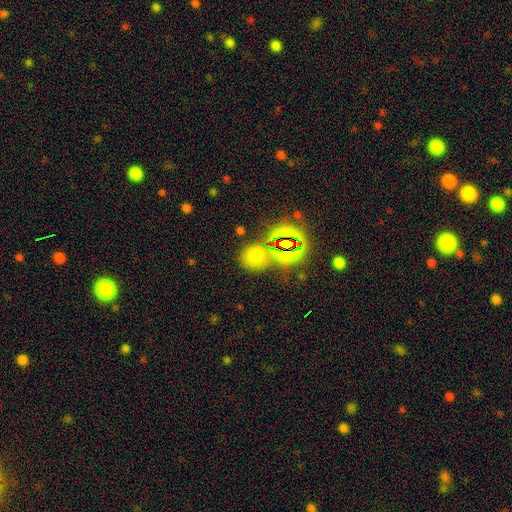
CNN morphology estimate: Smooth or featured? Predicted: smooth (p=0.58). How rounded? Predicted: round (p=0.70). Merging? Predicted: none (p=0.68).